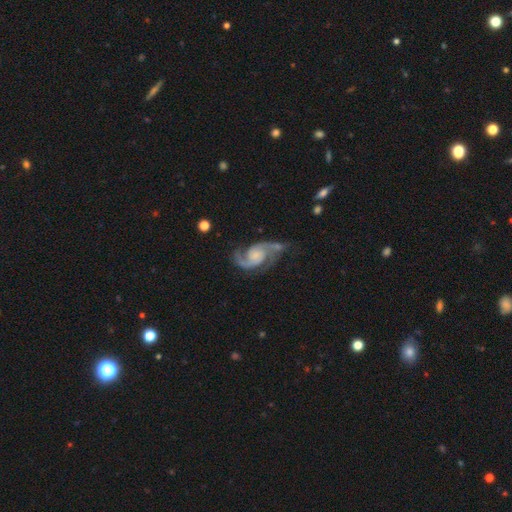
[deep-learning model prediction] Q: Smooth or featured?
A: featured or disk (91%); runner-up: smooth (5%)
Q: Edge-on disk?
A: no (98%); runner-up: yes (2%)
Q: Bar?
A: no (62%); runner-up: weak (31%)
Q: Spiral arms?
A: yes (98%); runner-up: no (2%)
Q: Spiral winding?
A: medium (54%); runner-up: loose (28%)
Q: Spiral arm count?
A: 2 (93%); runner-up: 1 (2%)
Q: Bulge size?
A: small (39%); runner-up: none (31%)
Q: Merging?
A: none (62%); runner-up: minor disturbance (21%)